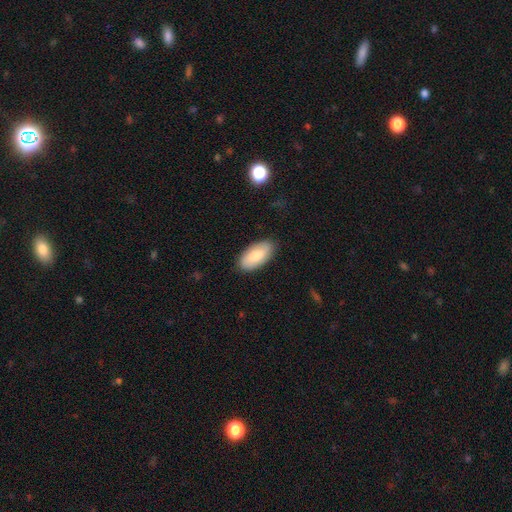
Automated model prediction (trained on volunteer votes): Q: Smooth or featured?
A: smooth (75%); runner-up: featured or disk (19%)
Q: How rounded?
A: in between (94%); runner-up: cigar-shaped (3%)
Q: Merging?
A: none (86%); runner-up: minor disturbance (11%)